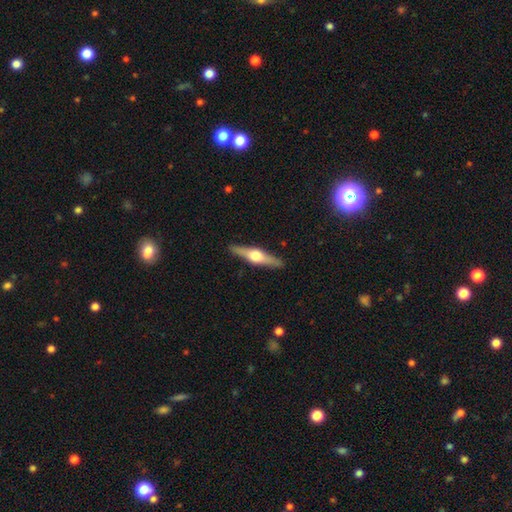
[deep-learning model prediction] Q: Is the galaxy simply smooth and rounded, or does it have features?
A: featured or disk — 72%.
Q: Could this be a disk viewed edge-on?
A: yes — 97%.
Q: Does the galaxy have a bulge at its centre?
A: rounded — 95%.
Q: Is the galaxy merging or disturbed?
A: none — 91%.